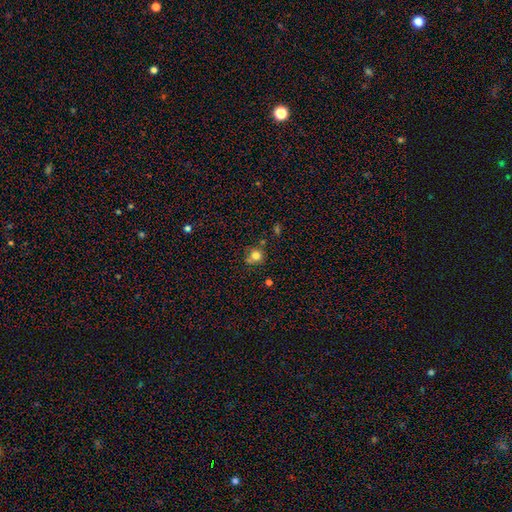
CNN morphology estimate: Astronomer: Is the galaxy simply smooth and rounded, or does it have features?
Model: smooth — 78%.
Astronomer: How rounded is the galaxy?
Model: round — 88%.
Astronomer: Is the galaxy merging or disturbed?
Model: none — 66%.